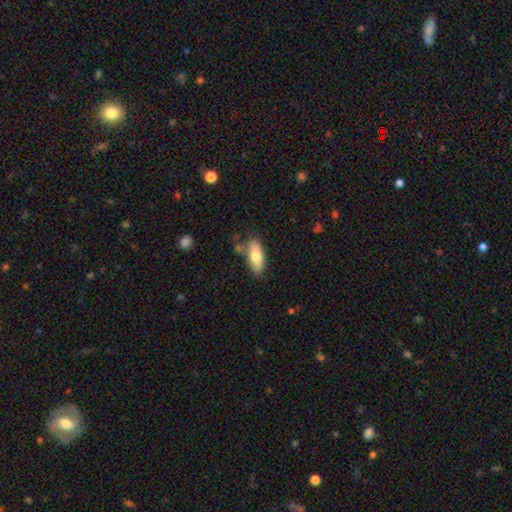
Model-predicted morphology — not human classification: This appears to be a smooth galaxy with no disk features (75%) that is in between round and cigar-shaped (78%). Merging: none (74%).